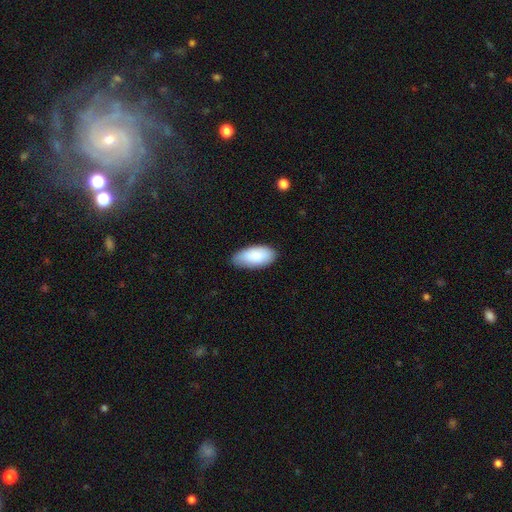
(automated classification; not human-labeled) Morphology: type=smooth (87%); roundness=in between (94%); merging=none (76%).